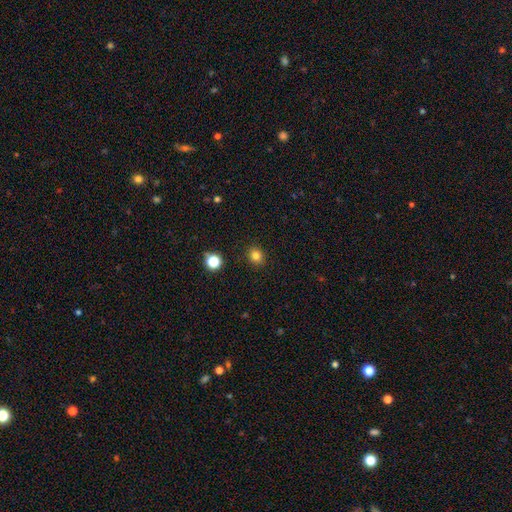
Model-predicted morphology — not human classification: The model was most divided on "how rounded": round: 73%, in between: 26%, cigar-shaped: 1%. More confident: merging — none (90%); smooth or featured — smooth (82%).